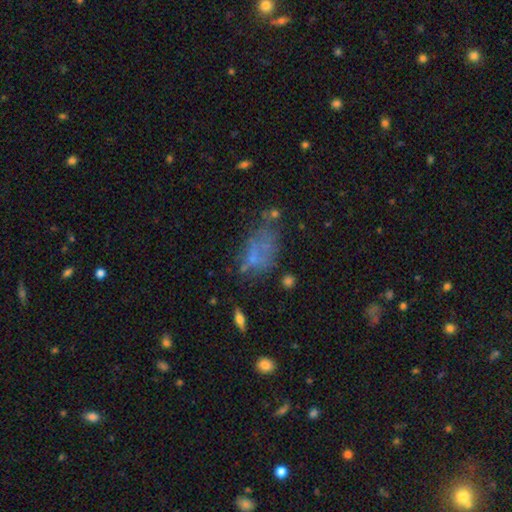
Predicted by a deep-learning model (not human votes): Smooth or featured? Predicted: smooth (p=0.45). Merging? Predicted: none (p=0.37).